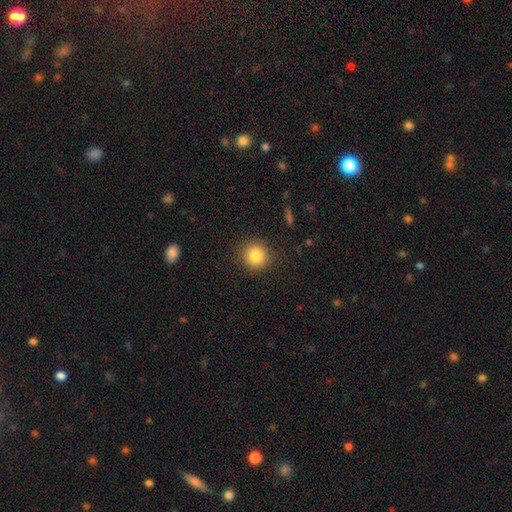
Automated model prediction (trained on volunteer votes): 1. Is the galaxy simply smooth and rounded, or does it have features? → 83% smooth, 10% star or artifact, 6% featured or disk.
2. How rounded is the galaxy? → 93% round, 6% in between, 1% cigar-shaped.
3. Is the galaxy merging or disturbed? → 89% none, 7% minor disturbance, 3% major disturbance, 1% merger.